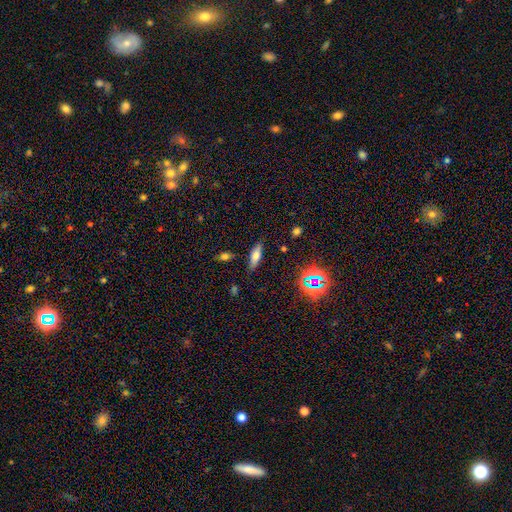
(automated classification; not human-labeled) A smooth galaxy with no disk features (63%) that is in between round and cigar-shaped (55%). Merging: none (84%).